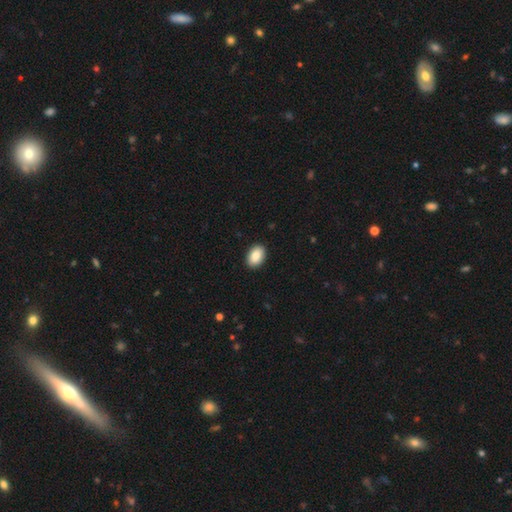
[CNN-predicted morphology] Smooth or featured?
  - smooth: 88% *
  - star or artifact: 7%
  - featured or disk: 5%
How rounded?
  - in between: 88% *
  - round: 11%
  - cigar-shaped: 1%
Merging?
  - none: 91% *
  - minor disturbance: 7%
  - major disturbance: 2%
  - merger: 1%